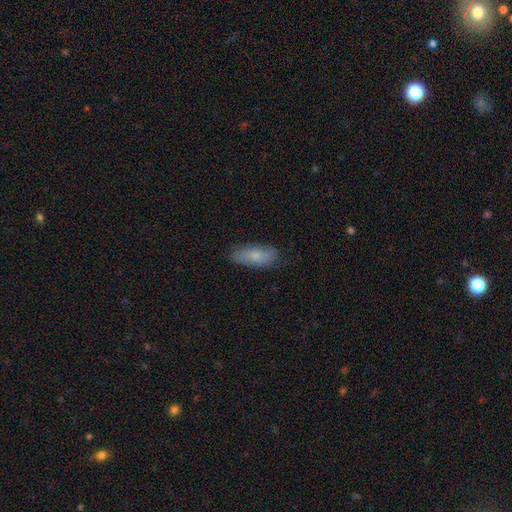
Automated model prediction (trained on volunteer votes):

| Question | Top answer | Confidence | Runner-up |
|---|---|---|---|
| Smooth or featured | smooth | 77% | featured or disk (17%) |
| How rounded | in between | 78% | cigar-shaped (19%) |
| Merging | none | 80% | minor disturbance (16%) |